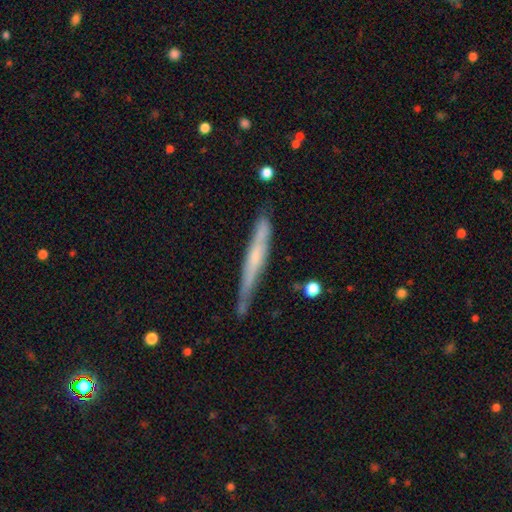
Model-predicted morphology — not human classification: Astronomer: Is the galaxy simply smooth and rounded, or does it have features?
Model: featured or disk — 53% (runner-up: smooth, 40%).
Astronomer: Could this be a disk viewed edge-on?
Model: yes — 92%.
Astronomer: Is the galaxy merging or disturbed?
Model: none — 70%.